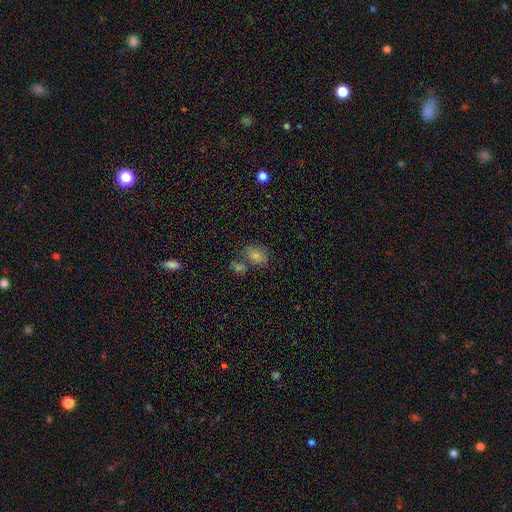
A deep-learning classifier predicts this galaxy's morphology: Smooth or featured? smooth (76%)
How rounded? in between (75%)
Merging? none (58%)